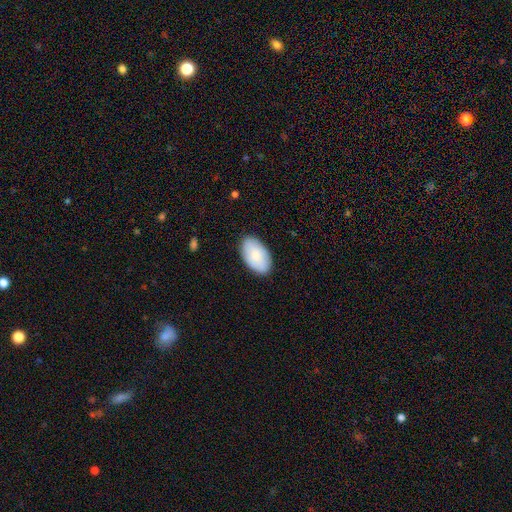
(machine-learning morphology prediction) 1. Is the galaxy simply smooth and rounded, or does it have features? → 79% smooth, 15% featured or disk, 6% star or artifact.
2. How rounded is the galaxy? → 95% in between, 4% round, 1% cigar-shaped.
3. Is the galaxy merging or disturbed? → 86% none, 11% minor disturbance, 2% major disturbance, 1% merger.